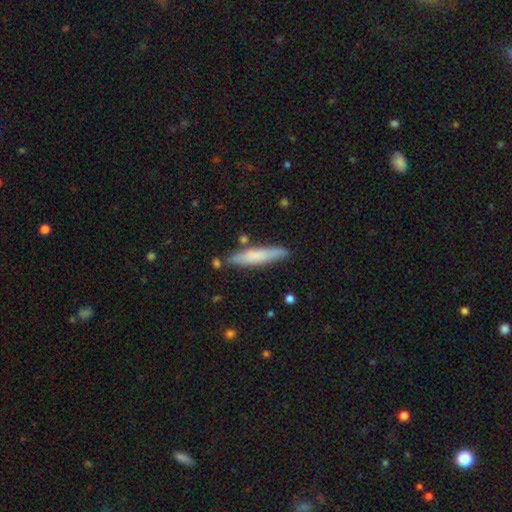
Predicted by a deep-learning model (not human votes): A smooth galaxy with no disk features (69%) that is cigar-shaped (87%).

Vote fractions:
- Smooth or featured? smooth: 69% / featured or disk: 25% / star or artifact: 6%
- How rounded? cigar-shaped: 87% / in between: 11% / round: 1%
- Merging? none: 80% / minor disturbance: 13% / merger: 4% / major disturbance: 2%